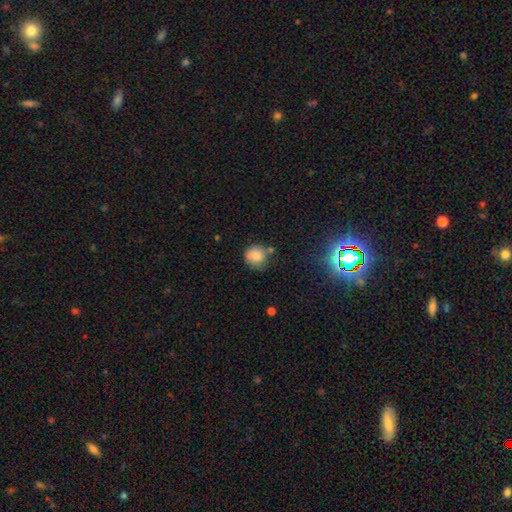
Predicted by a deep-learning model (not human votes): Morphology: type=smooth (81%); roundness=round (90%); merging=none (63%).